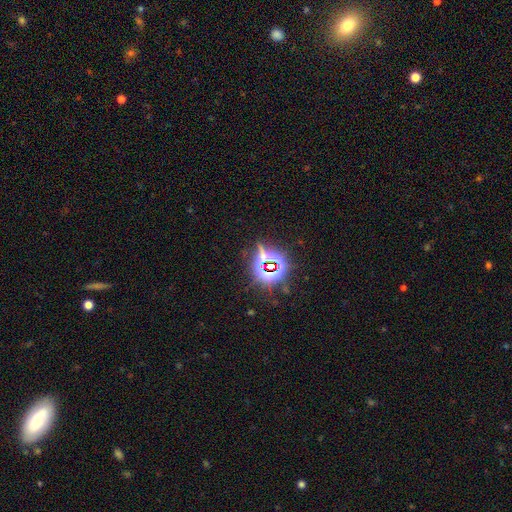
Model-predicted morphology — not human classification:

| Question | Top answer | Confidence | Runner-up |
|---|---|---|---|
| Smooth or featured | star or artifact | 80% | smooth (12%) |